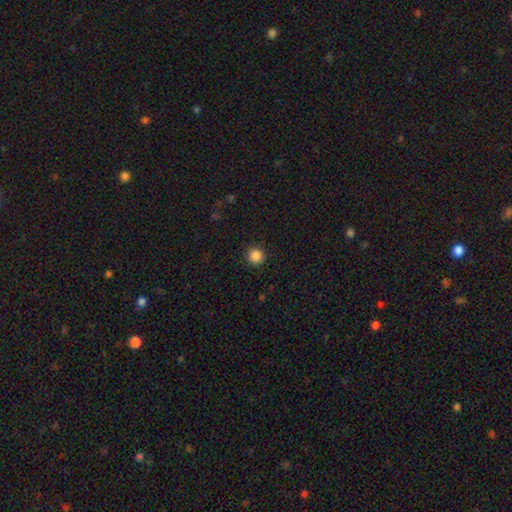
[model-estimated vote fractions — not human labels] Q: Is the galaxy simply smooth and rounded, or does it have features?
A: smooth — 87%.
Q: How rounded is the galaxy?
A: round — 95%.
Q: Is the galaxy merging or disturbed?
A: none — 92%.